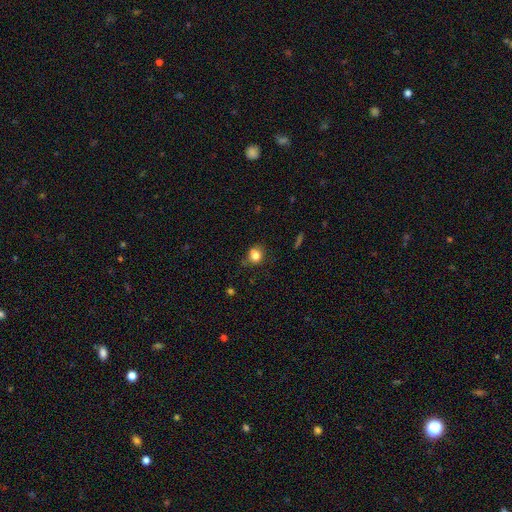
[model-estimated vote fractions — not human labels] Smooth or featured? Predicted: smooth (p=0.79). How rounded? Predicted: round (p=0.60). Merging? Predicted: none (p=0.56).